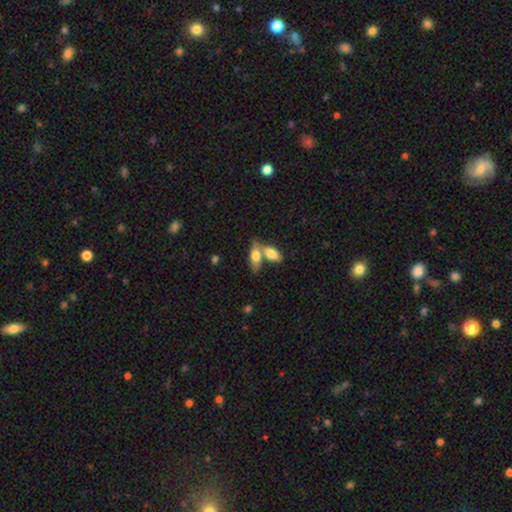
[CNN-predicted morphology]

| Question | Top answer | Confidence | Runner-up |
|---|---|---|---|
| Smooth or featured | smooth | 73% | featured or disk (20%) |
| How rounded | in between | 80% | cigar-shaped (16%) |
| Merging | merger | 51% | none (37%) |